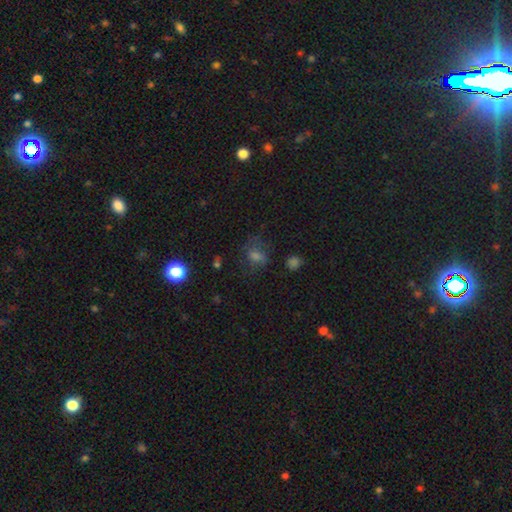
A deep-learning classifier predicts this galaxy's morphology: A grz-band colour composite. It shows a smooth galaxy with no disk features (55%) that is in between round and cigar-shaped (49%, tied with round). Merging: none (56%).